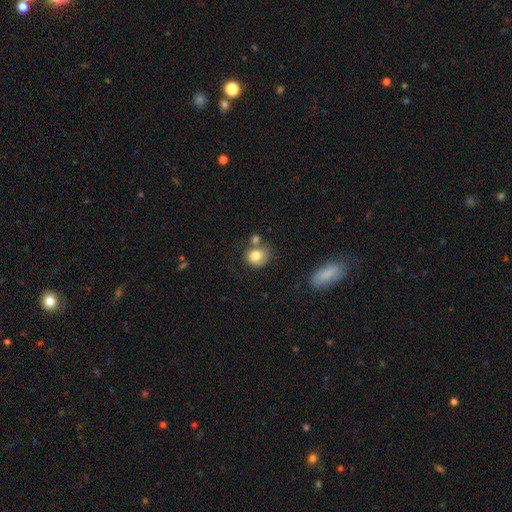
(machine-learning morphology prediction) A smooth galaxy with no disk features (81%) that is round (72%). Merging: none (52%).